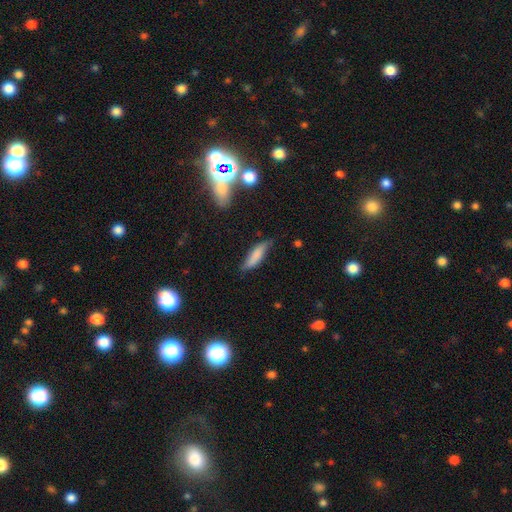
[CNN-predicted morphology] smooth-or-featured: smooth: 74% | featured or disk: 19% | star or artifact: 7%
  how-rounded: cigar-shaped: 65% | in between: 33% | round: 2%
  merging: none: 63% | minor disturbance: 28% | major disturbance: 6% | merger: 3%